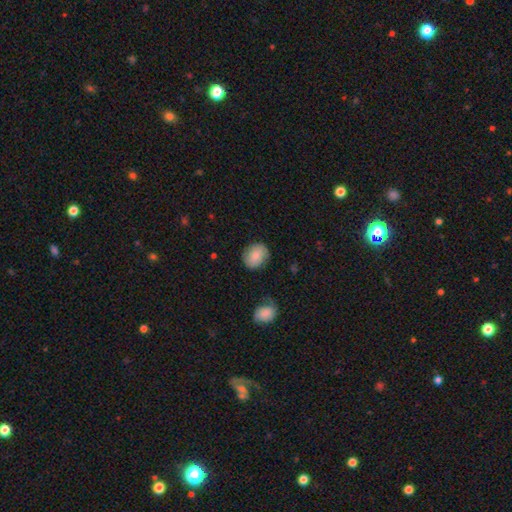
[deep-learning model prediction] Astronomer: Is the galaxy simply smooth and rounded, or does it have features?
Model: smooth — 79%.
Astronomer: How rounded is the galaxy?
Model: round — 57% (runner-up: in between, 42%).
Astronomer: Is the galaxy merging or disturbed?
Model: none — 80%.